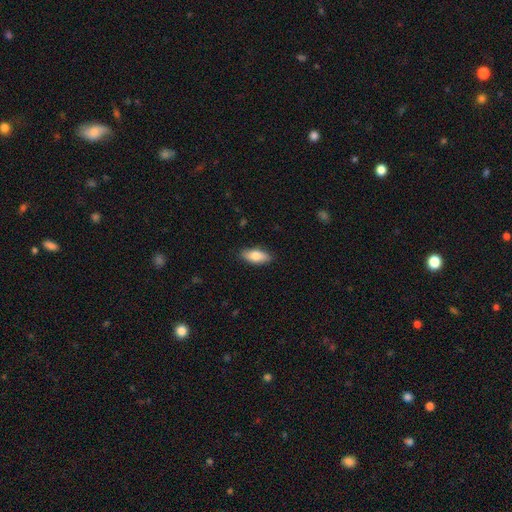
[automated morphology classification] type=smooth (81%); roundness=in between (85%); merging=none (87%).